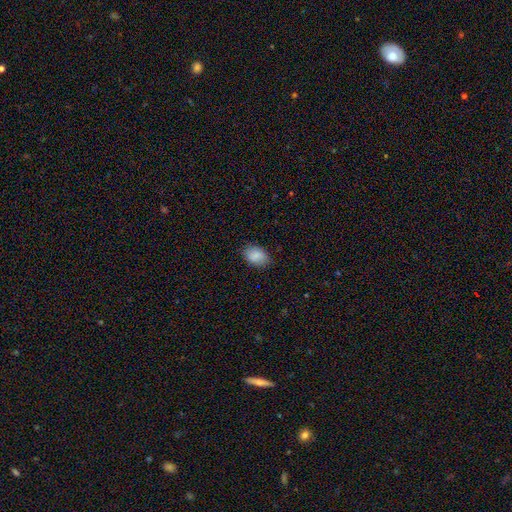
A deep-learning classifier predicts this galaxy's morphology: smooth-or-featured: smooth: 88% | star or artifact: 8% | featured or disk: 5%
  how-rounded: in between: 83% | round: 16% | cigar-shaped: 1%
  merging: none: 80% | minor disturbance: 16% | major disturbance: 3% | merger: 1%